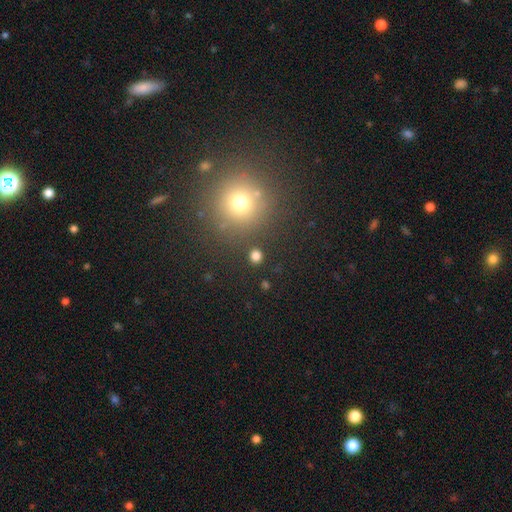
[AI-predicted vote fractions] Smooth or featured? Predicted: smooth (p=0.78). How rounded? Predicted: round (p=0.87). Merging? Predicted: none (p=0.87).